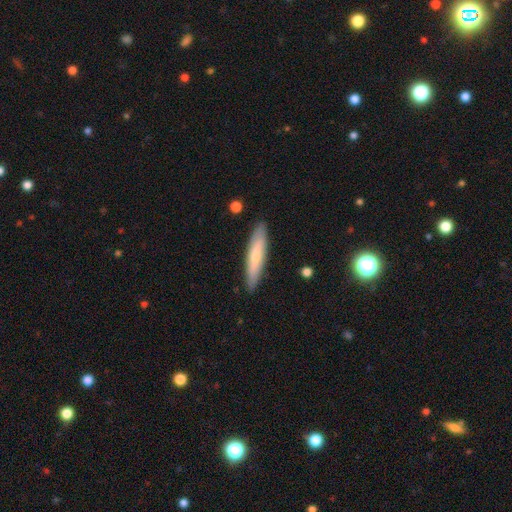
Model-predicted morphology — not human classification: type=smooth (64%); roundness=cigar-shaped (86%); merging=none (88%).